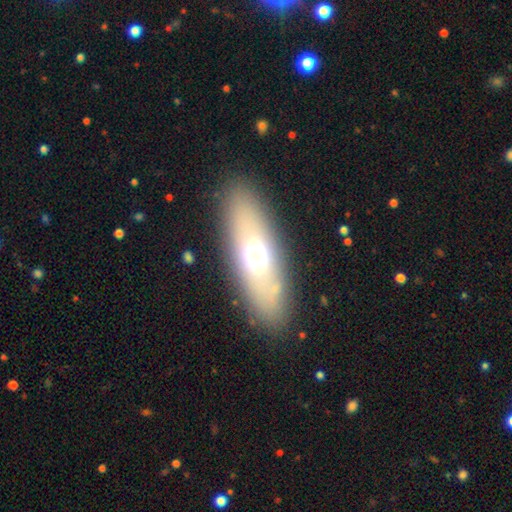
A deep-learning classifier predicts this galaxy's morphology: A smooth galaxy with no disk features (52%) that is in between round and cigar-shaped (64%). Merging: none (86%).